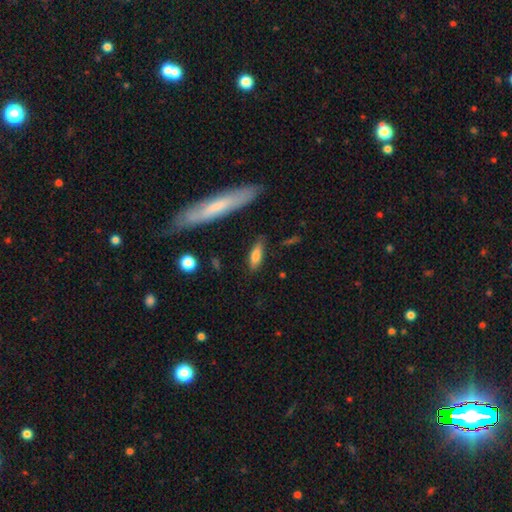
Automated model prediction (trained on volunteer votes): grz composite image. It shows a smooth galaxy with no disk features (78%) that is in between round and cigar-shaped (57%). Merging: none (79%).